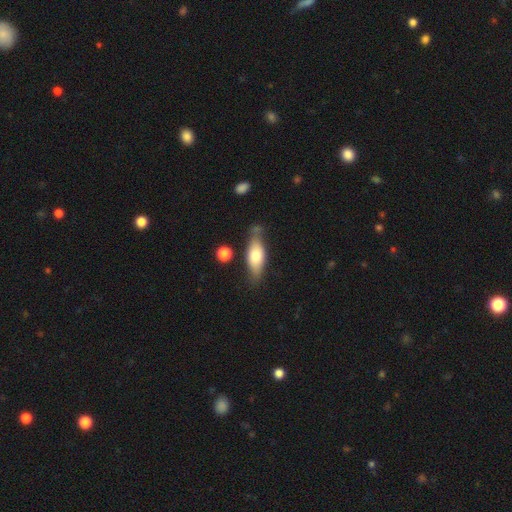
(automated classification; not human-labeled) The model was most divided on "smooth or featured": smooth: 66%, featured or disk: 28%, star or artifact: 6%. More confident: how rounded — in between (71%); merging — none (66%).